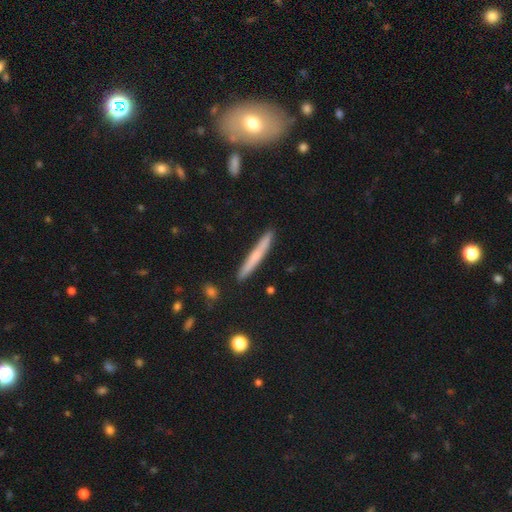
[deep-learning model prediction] Smooth or featured?
  - smooth: 62% *
  - featured or disk: 32%
  - star or artifact: 6%
How rounded?
  - cigar-shaped: 96% *
  - in between: 2%
  - round: 1%
Merging?
  - none: 89% *
  - minor disturbance: 8%
  - merger: 2%
  - major disturbance: 2%